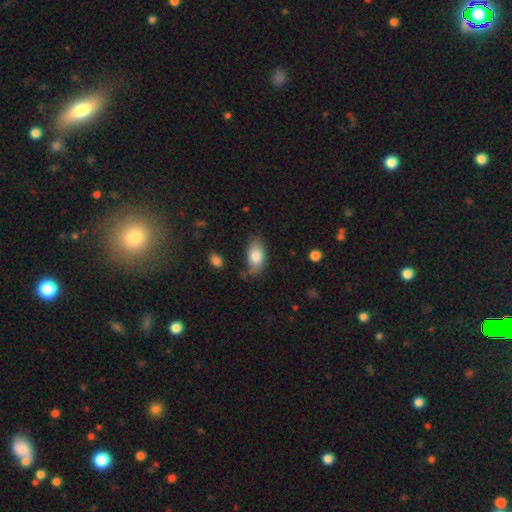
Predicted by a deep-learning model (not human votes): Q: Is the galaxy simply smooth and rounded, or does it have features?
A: smooth — 81%.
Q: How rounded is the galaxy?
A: in between — 92%.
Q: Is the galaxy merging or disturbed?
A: none — 71%.